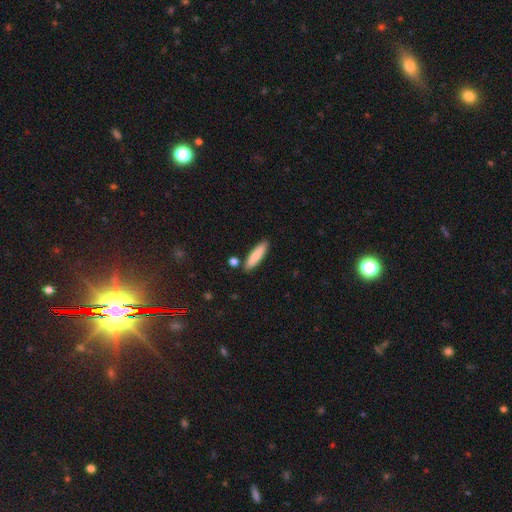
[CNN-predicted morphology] Smooth or featured?
  - smooth: 84% *
  - featured or disk: 10%
  - star or artifact: 6%
How rounded?
  - cigar-shaped: 76% *
  - in between: 23%
  - round: 2%
Merging?
  - none: 85% *
  - minor disturbance: 9%
  - merger: 4%
  - major disturbance: 2%